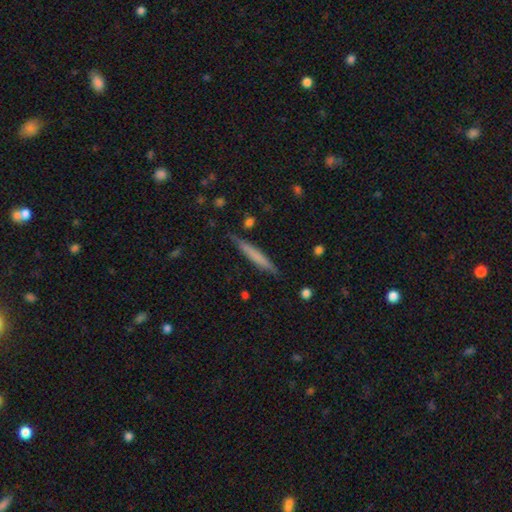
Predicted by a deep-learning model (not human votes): This appears to be a smooth galaxy with no disk features (62%) that is cigar-shaped (95%). Merging: none (84%).